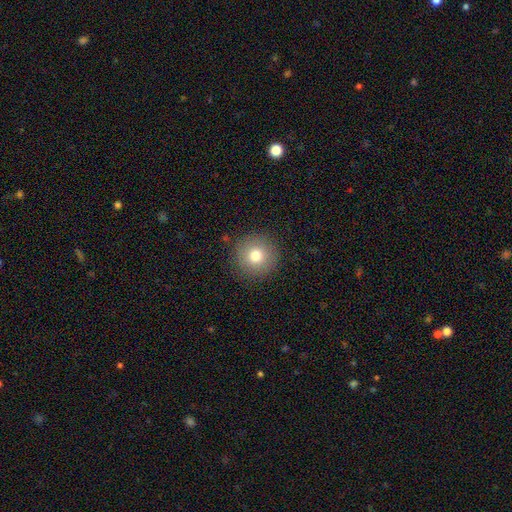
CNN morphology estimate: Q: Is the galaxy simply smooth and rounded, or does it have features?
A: smooth — 78%.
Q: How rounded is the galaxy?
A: round — 95%.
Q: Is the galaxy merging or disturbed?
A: none — 90%.